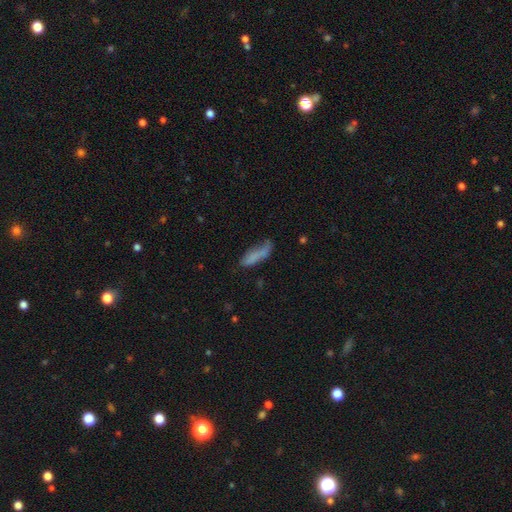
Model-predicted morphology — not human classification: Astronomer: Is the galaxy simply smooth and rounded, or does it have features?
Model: smooth — 71%.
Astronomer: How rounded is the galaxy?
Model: cigar-shaped — 60% (runner-up: in between, 37%).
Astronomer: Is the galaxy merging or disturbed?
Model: none — 43% (runner-up: minor disturbance, 29%).